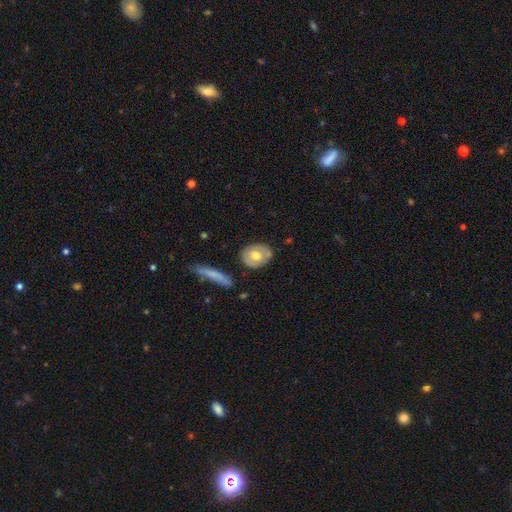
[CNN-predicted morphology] The model was most divided on "how rounded": in between: 57%, round: 41%, cigar-shaped: 2%. More confident: merging — none (79%); smooth or featured — smooth (57%).